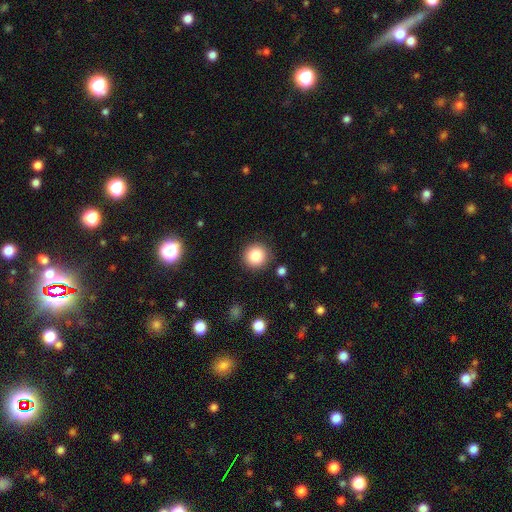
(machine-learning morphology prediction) Smooth or featured: smooth — 84% (star or artifact — 10%)
How rounded: round — 94% (in between — 5%)
Merging: none — 90% (minor disturbance — 7%)